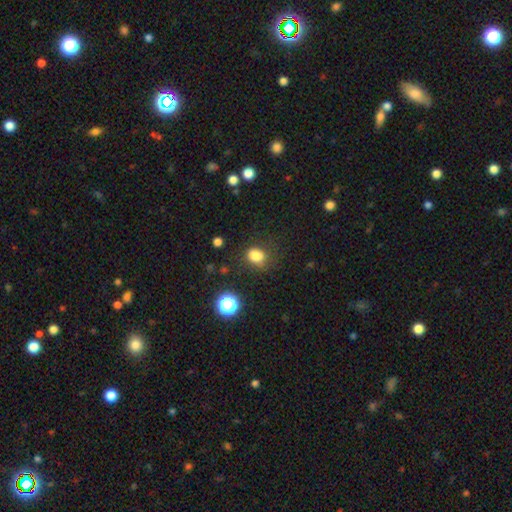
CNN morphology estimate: Smooth or featured? smooth (81%)
How rounded? in between (53%)
Merging? none (69%)